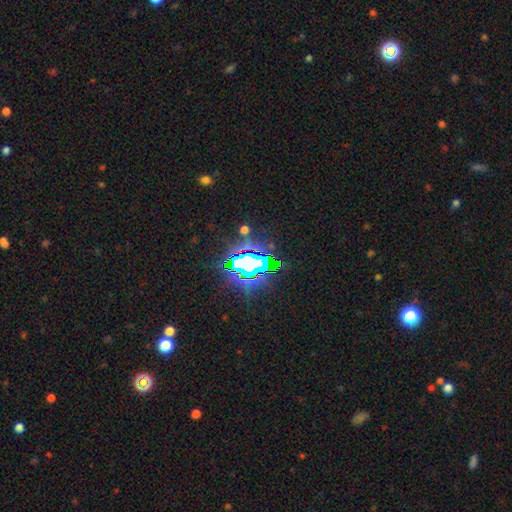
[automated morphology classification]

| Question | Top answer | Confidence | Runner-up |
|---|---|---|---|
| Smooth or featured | star or artifact | 79% | smooth (12%) |